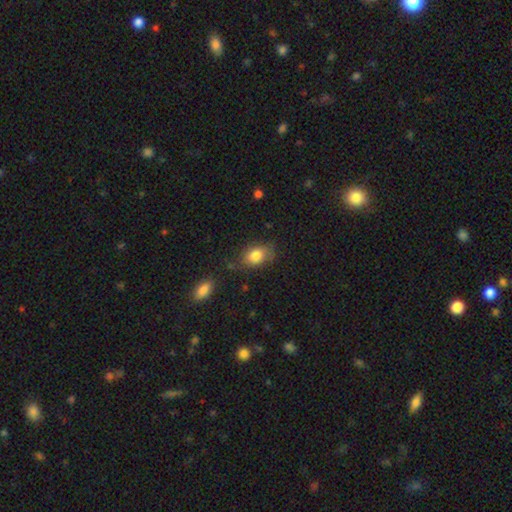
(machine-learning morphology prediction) type=smooth (81%); roundness=in between (81%); merging=none (69%).